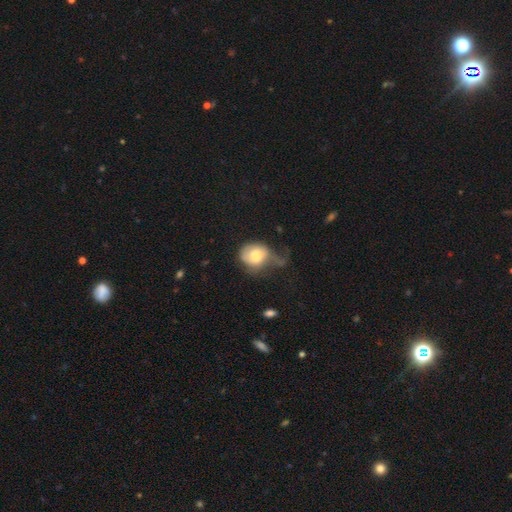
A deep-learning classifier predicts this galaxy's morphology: The model was most divided on "merging": major disturbance: 36%, minor disturbance: 33%, none: 25%, merger: 6%. More confident: smooth or featured — smooth (70%); how rounded — round (65%).